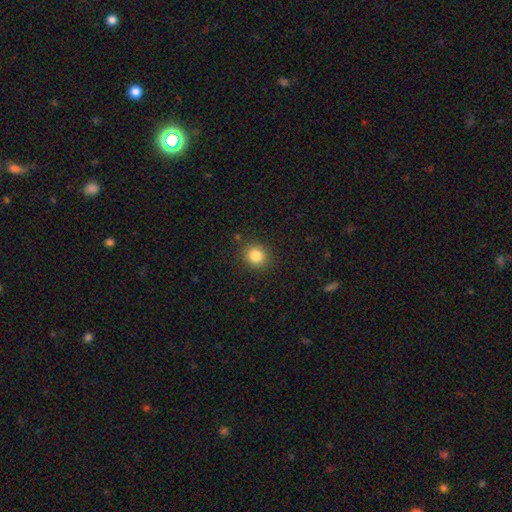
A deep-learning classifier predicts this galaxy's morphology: The model was most divided on "how rounded": round: 84%, in between: 15%, cigar-shaped: 1%. More confident: merging — none (89%); smooth or featured — smooth (83%).